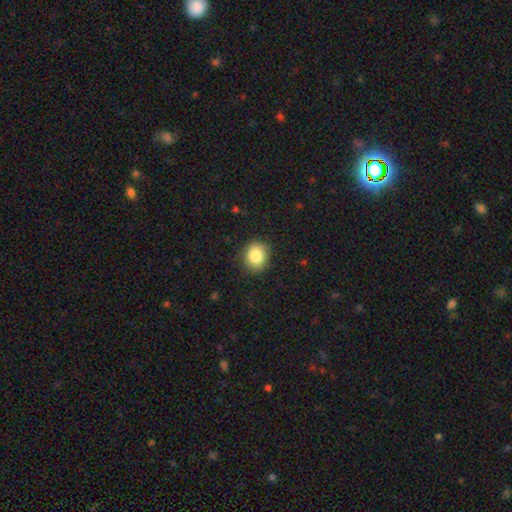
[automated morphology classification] Q: Smooth or featured?
A: smooth (84%); runner-up: star or artifact (9%)
Q: How rounded?
A: round (69%); runner-up: in between (31%)
Q: Merging?
A: none (85%); runner-up: minor disturbance (11%)